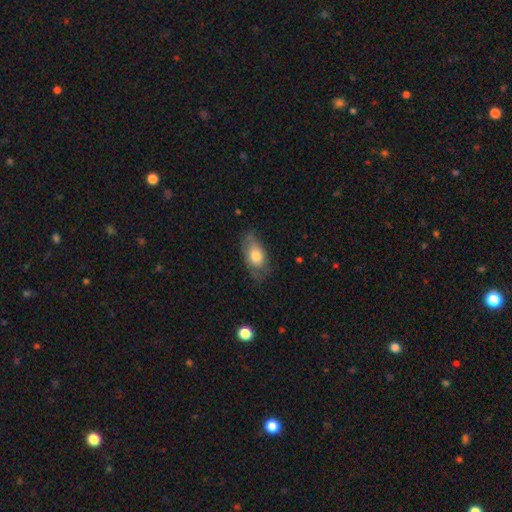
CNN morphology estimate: Smooth or featured?
  - smooth: 65% *
  - featured or disk: 28%
  - star or artifact: 7%
How rounded?
  - in between: 89% *
  - round: 6%
  - cigar-shaped: 5%
Merging?
  - none: 62% *
  - minor disturbance: 27%
  - major disturbance: 9%
  - merger: 1%